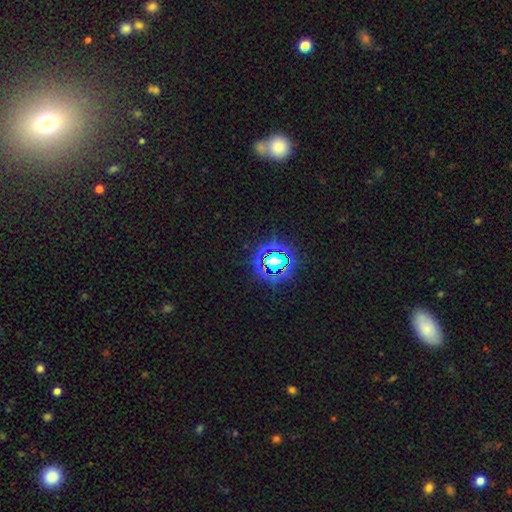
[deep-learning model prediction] A star or artifact, not a galaxy (63%).

Vote fractions:
- Smooth or featured? star or artifact: 63% / smooth: 26% / featured or disk: 11%